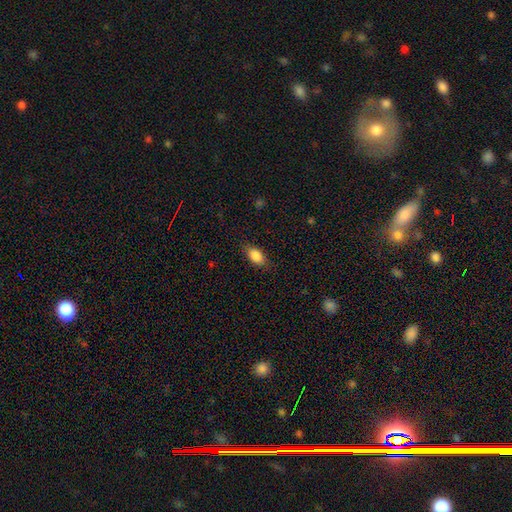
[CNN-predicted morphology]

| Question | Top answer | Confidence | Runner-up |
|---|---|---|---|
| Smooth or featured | smooth | 87% | star or artifact (7%) |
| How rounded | in between | 90% | round (5%) |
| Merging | none | 83% | minor disturbance (13%) |